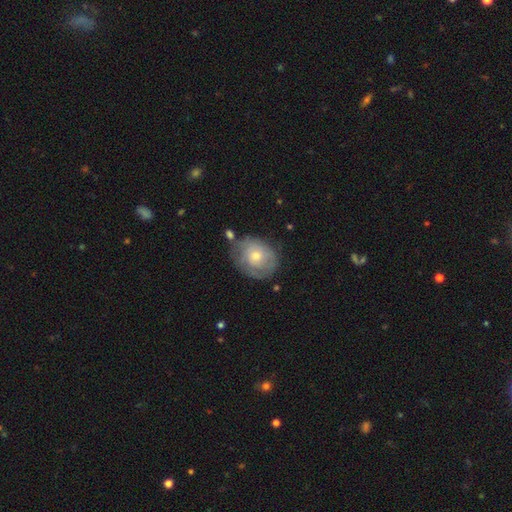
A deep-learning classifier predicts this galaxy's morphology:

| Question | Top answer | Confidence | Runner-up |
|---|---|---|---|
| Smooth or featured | smooth | 52% | featured or disk (42%) |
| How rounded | round | 54% | in between (45%) |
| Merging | none | 60% | minor disturbance (25%) |